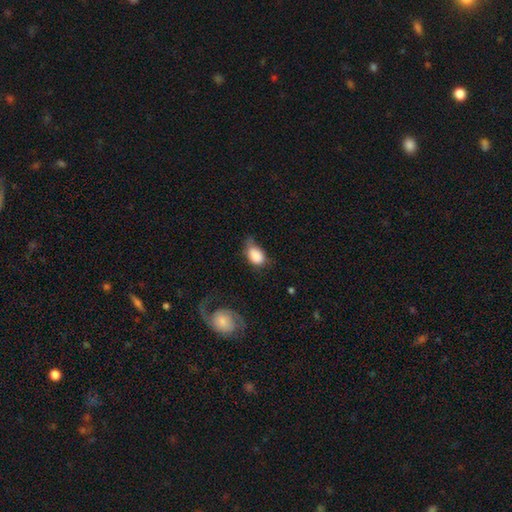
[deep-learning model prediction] Q: Smooth or featured?
A: smooth (83%); runner-up: featured or disk (10%)
Q: How rounded?
A: in between (85%); runner-up: round (13%)
Q: Merging?
A: minor disturbance (40%); runner-up: none (33%)